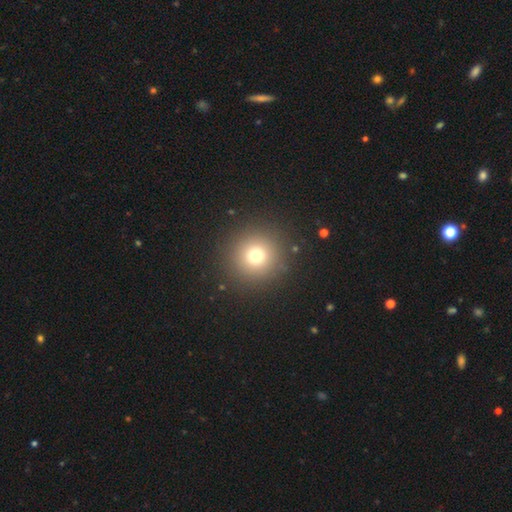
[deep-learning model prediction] Smooth or featured: smooth — 74% (star or artifact — 17%)
How rounded: round — 95% (in between — 4%)
Merging: none — 90% (minor disturbance — 5%)